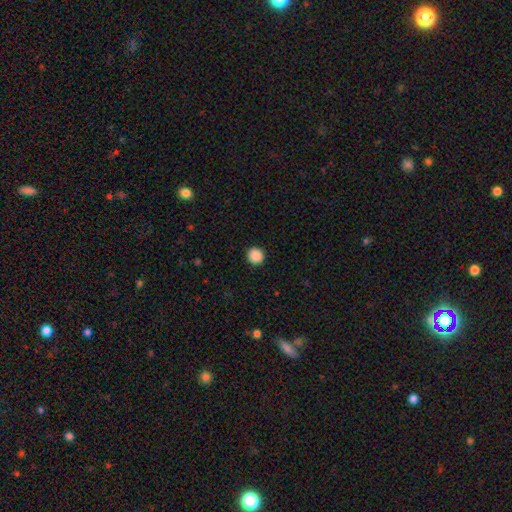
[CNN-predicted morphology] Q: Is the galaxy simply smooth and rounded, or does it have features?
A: smooth — 89%.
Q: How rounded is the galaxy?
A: round — 93%.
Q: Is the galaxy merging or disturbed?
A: none — 92%.